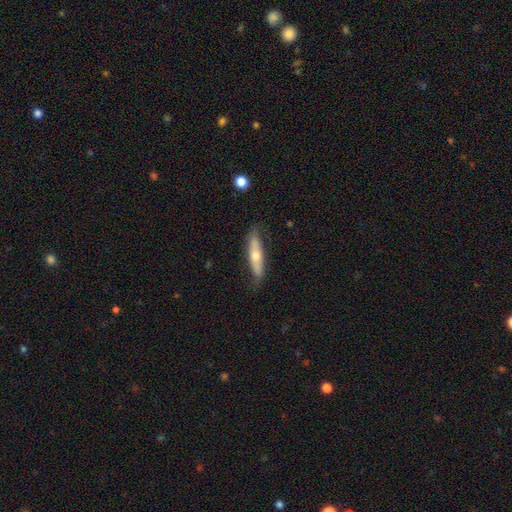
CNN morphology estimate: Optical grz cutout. It shows a smooth galaxy with no disk features (52%) that is cigar-shaped (71%). Merging: none (77%).